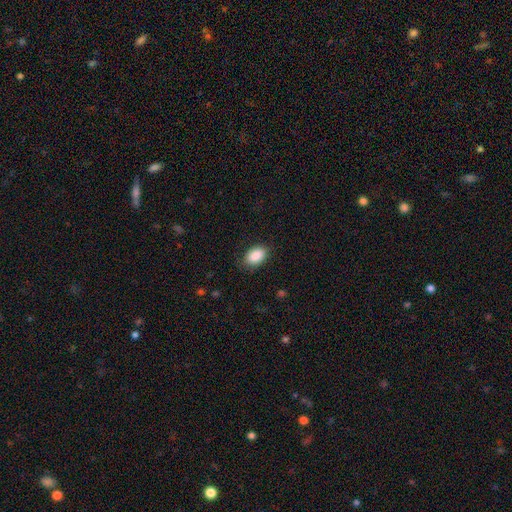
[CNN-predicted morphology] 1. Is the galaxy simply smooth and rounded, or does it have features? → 89% smooth, 7% star or artifact, 4% featured or disk.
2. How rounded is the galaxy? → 90% in between, 9% round, 1% cigar-shaped.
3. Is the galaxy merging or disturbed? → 84% none, 12% minor disturbance, 3% major disturbance, 1% merger.